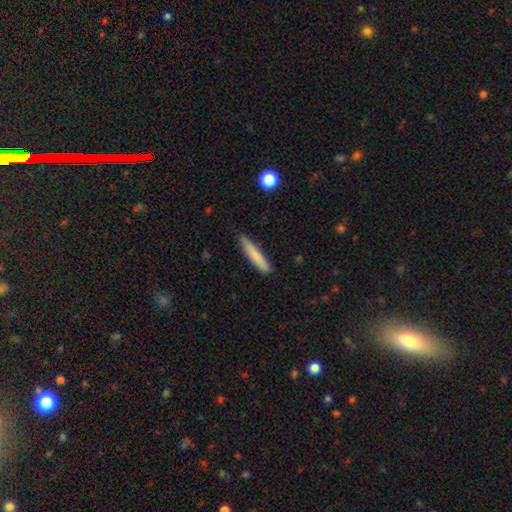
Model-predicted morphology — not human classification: Smooth or featured?
  - smooth: 78% *
  - featured or disk: 16%
  - star or artifact: 6%
How rounded?
  - cigar-shaped: 90% *
  - in between: 8%
  - round: 1%
Merging?
  - none: 84% *
  - minor disturbance: 13%
  - major disturbance: 2%
  - merger: 1%